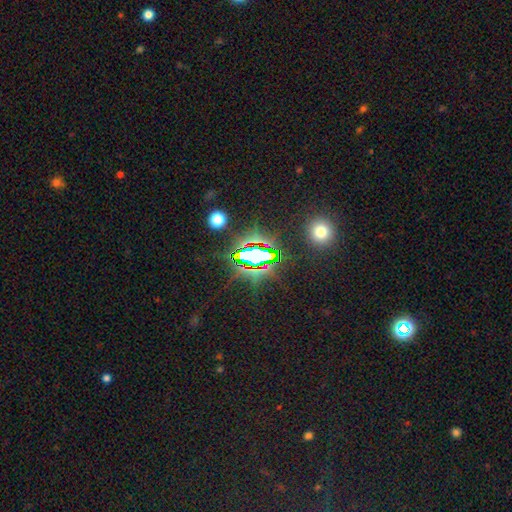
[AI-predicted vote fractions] Smooth or featured?
  - star or artifact: 78% *
  - smooth: 12%
  - featured or disk: 10%